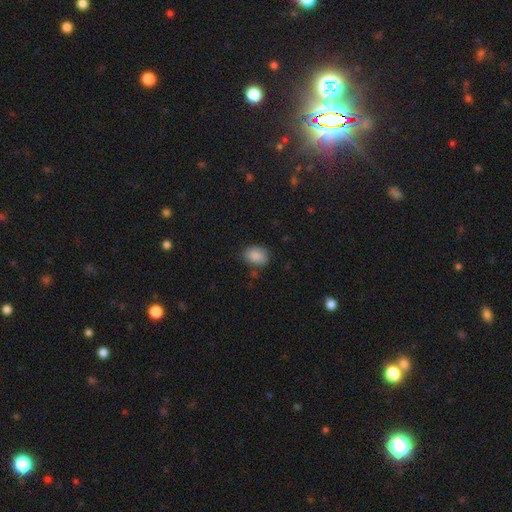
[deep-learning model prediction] This is clearly a smooth galaxy (87%). How rounded: likely in between (68%). Merging: likely none (76%).